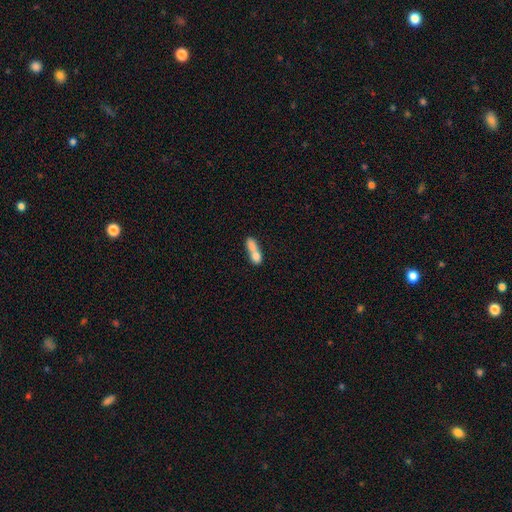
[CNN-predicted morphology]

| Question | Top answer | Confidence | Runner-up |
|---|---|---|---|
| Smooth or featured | smooth | 70% | featured or disk (22%) |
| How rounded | in between | 60% | cigar-shaped (21%) |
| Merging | merger | 72% | none (16%) |